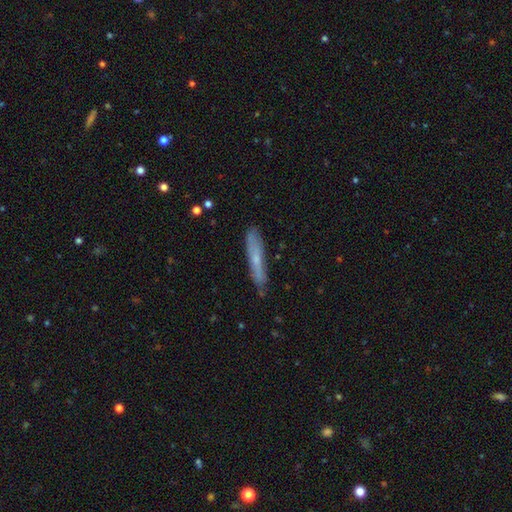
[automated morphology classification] Smooth or featured: smooth — 53% (featured or disk — 40%)
How rounded: cigar-shaped — 92% (in between — 7%)
Merging: none — 79% (minor disturbance — 17%)